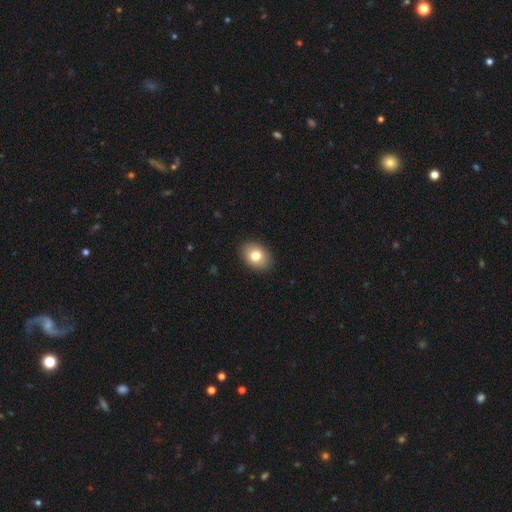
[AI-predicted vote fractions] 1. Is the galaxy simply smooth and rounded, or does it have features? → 80% smooth, 11% featured or disk, 9% star or artifact.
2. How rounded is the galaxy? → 72% in between, 27% round, 1% cigar-shaped.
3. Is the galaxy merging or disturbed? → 90% none, 7% minor disturbance, 2% major disturbance, 1% merger.